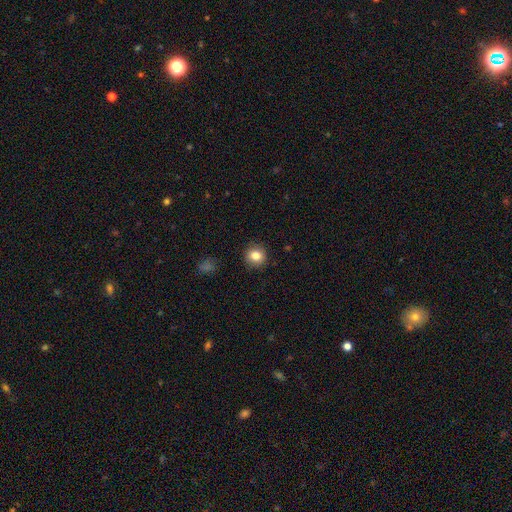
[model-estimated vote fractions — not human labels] Overall: smooth (84%). How rounded: round (87%). Merging: none (89%).